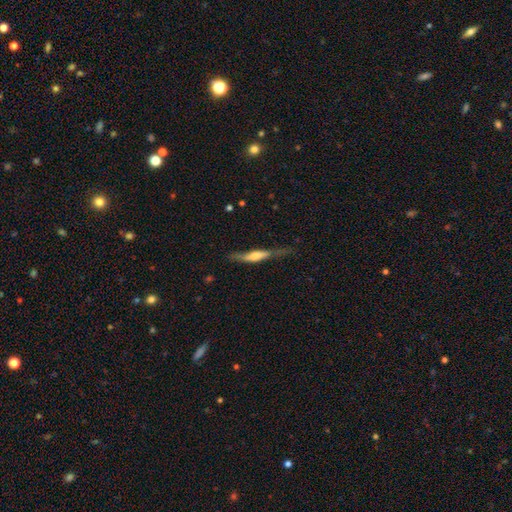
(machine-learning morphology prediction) smooth_or_featured: featured or disk (p=0.56) [alt: smooth p=0.38]
disk_edge_on: yes (p=0.91) [alt: no p=0.09]
edge_on_bulge: rounded (p=0.45) [alt: boxy p=0.43]
merging: none (p=0.59) [alt: minor disturbance p=0.26]